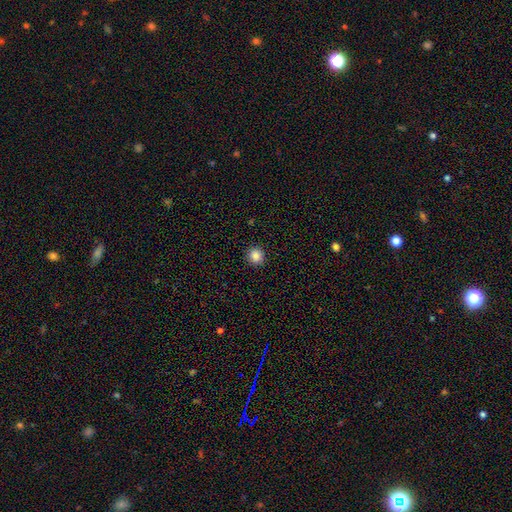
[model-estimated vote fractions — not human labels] This appears to be a smooth galaxy with no disk features (85%) that is round (91%). Merging: none (92%).